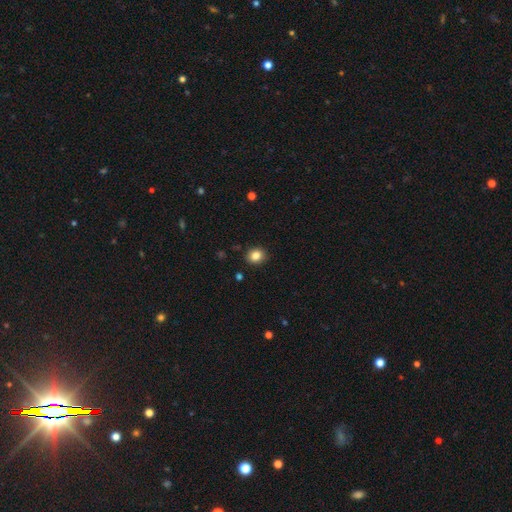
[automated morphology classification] Q: Smooth or featured?
A: smooth (84%); runner-up: star or artifact (10%)
Q: How rounded?
A: round (69%); runner-up: in between (30%)
Q: Merging?
A: none (90%); runner-up: minor disturbance (7%)